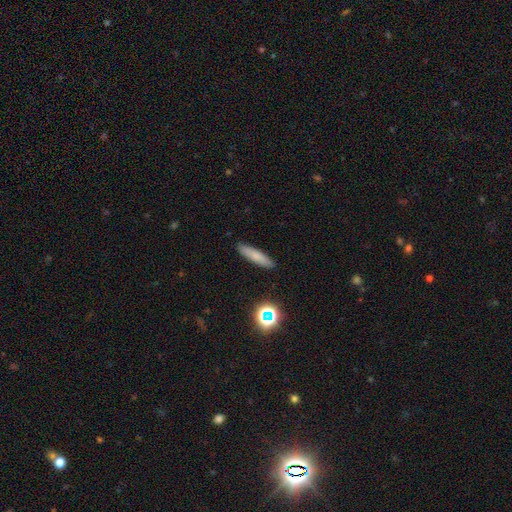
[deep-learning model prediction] Smooth or featured: smooth — 76% (featured or disk — 14%)
How rounded: cigar-shaped — 80% (in between — 18%)
Merging: none — 90% (minor disturbance — 7%)